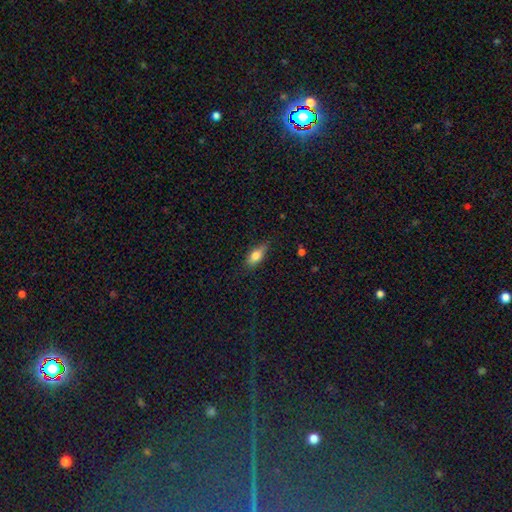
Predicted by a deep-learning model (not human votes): A smooth galaxy with no disk features (76%) that is in between round and cigar-shaped (77%).

Vote fractions:
- Smooth or featured? smooth: 76% / featured or disk: 16% / star or artifact: 8%
- How rounded? in between: 77% / cigar-shaped: 18% / round: 4%
- Merging? none: 76% / minor disturbance: 19% / major disturbance: 4% / merger: 1%